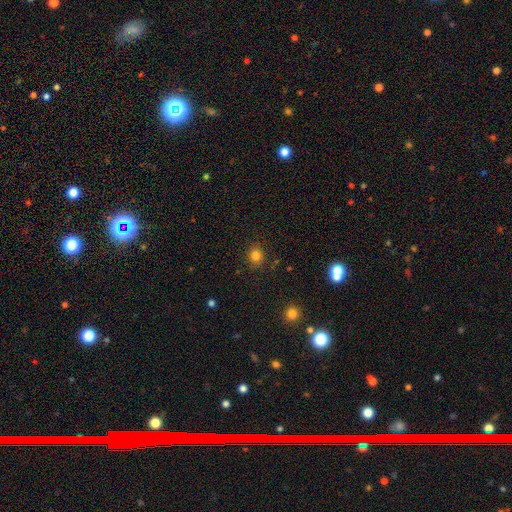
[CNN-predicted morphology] A smooth galaxy with no disk features (81%) that is round (84%).

Vote fractions:
- Smooth or featured? smooth: 81% / star or artifact: 14% / featured or disk: 5%
- How rounded? round: 84% / in between: 15% / cigar-shaped: 1%
- Merging? none: 87% / minor disturbance: 9% / major disturbance: 3% / merger: 2%